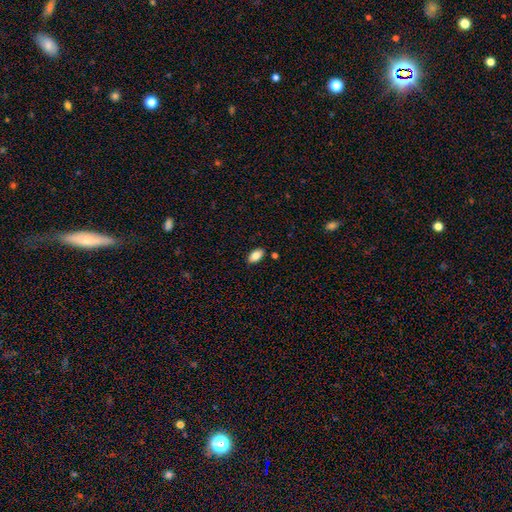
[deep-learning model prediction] Q: Smooth or featured?
A: smooth (83%); runner-up: featured or disk (9%)
Q: How rounded?
A: in between (93%); runner-up: round (4%)
Q: Merging?
A: none (87%); runner-up: minor disturbance (9%)